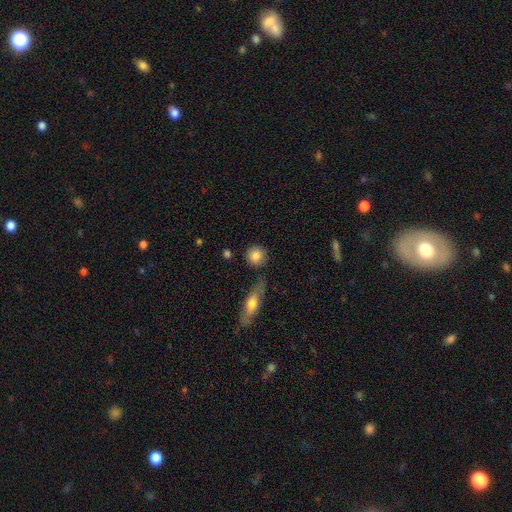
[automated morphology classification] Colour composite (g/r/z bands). It shows a smooth galaxy with no disk features (85%) that is round (87%). Merging: none (80%).